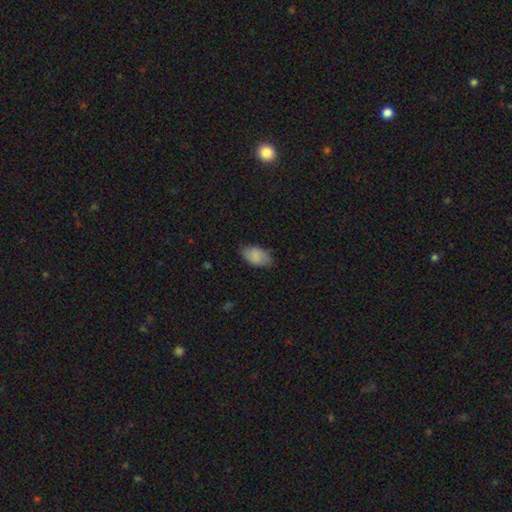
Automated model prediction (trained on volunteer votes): Morphology: type=smooth (83%); roundness=in between (94%); merging=none (77%).